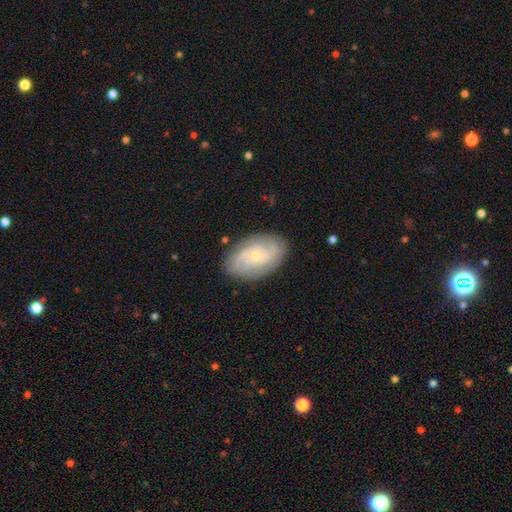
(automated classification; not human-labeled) Smooth or featured? Predicted: featured or disk (p=0.73). Edge-on disk? Predicted: no (p=0.95). Bar? Predicted: no (p=0.71). Spiral arms? Predicted: yes (p=0.91). Spiral winding? Predicted: tight (p=0.61). Spiral arm count? Predicted: can't tell (p=0.35). Bulge size? Predicted: small (p=0.74). Merging? Predicted: none (p=0.83).